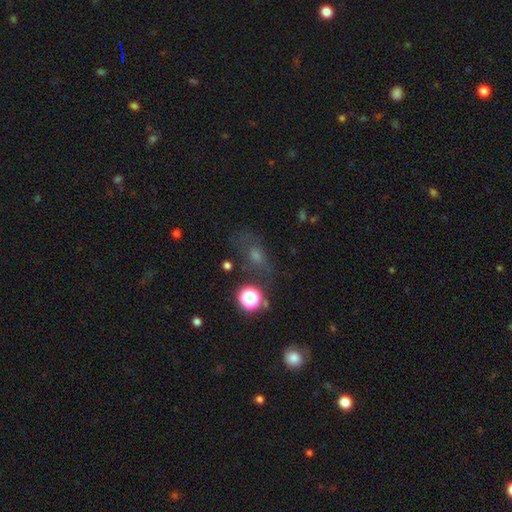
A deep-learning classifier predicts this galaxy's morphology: The model was most divided on "smooth or featured": star or artifact: 39%, smooth: 37%, featured or disk: 24%.